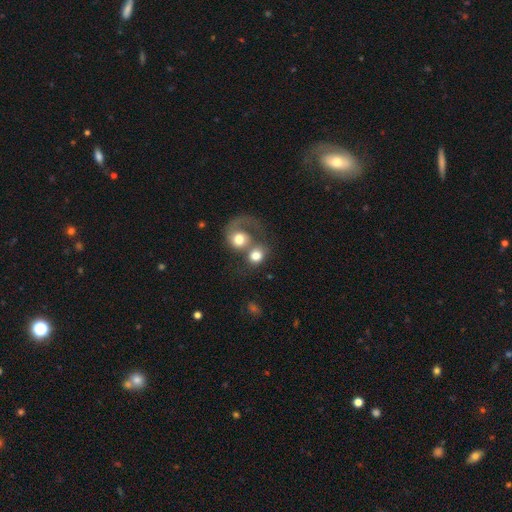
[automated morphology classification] Overall: smooth (62%; featured or disk 30%). How rounded: round (70%). Merging: merger (62%).